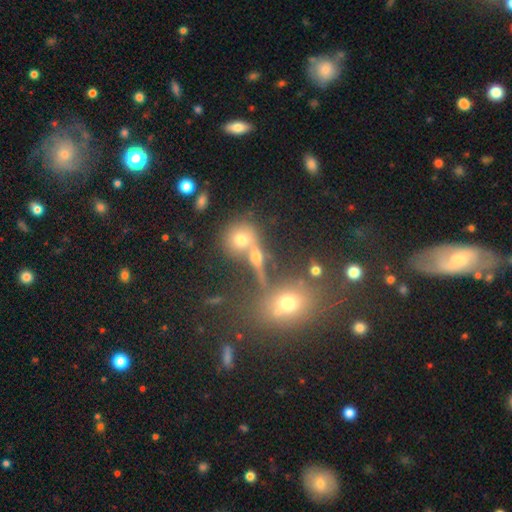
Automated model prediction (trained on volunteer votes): smooth 49%, featured or disk 31%, star or artifact 20%. Down the decision tree: merging — none (47%).